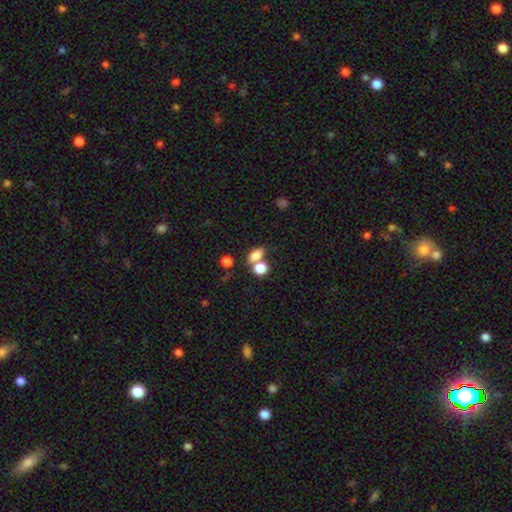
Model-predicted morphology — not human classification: Smooth or featured: smooth — 77% (star or artifact — 12%)
How rounded: in between — 72% (round — 23%)
Merging: none — 46% (merger — 38%)